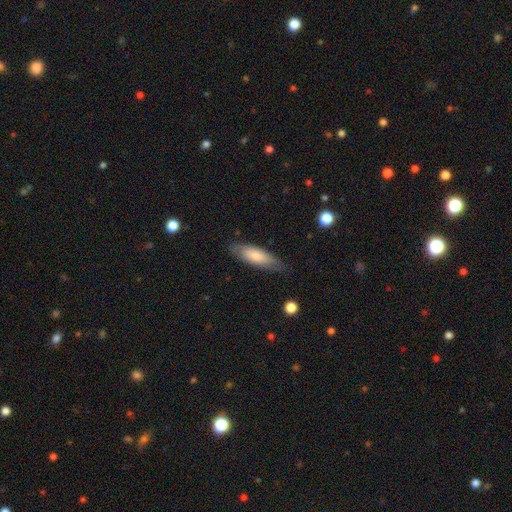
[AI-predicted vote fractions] smooth-or-featured: smooth: 74% | featured or disk: 20% | star or artifact: 6%
  how-rounded: in between: 54% | cigar-shaped: 45% | round: 2%
  merging: none: 77% | minor disturbance: 17% | major disturbance: 4% | merger: 1%